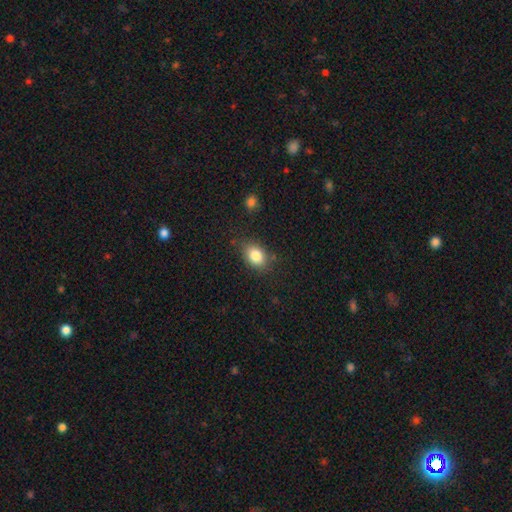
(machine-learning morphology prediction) Overall: smooth (84%). How rounded: in between (74%). Merging: none (77%).